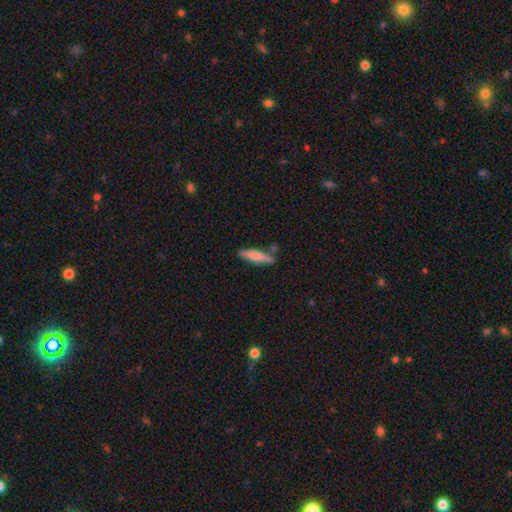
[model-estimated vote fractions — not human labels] Q: Smooth or featured?
A: smooth (75%); runner-up: featured or disk (19%)
Q: How rounded?
A: cigar-shaped (76%); runner-up: in between (22%)
Q: Merging?
A: none (70%); runner-up: minor disturbance (16%)